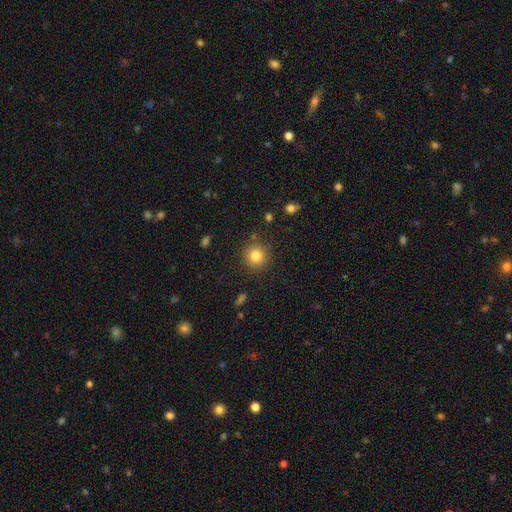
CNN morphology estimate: Smooth or featured: smooth — 82% (star or artifact — 12%)
How rounded: round — 92% (in between — 7%)
Merging: none — 87% (minor disturbance — 8%)